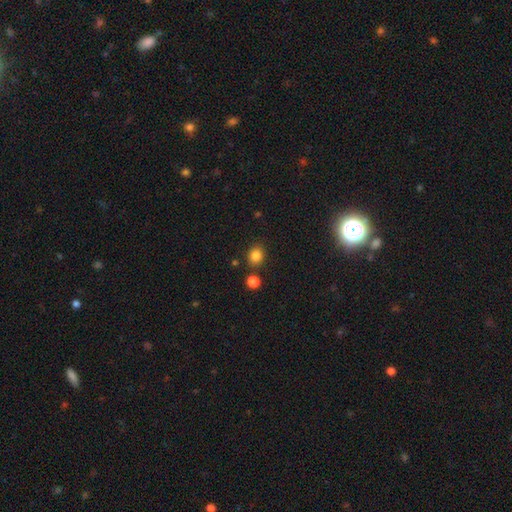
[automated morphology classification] The model was most divided on "how rounded": round: 69%, in between: 30%, cigar-shaped: 1%. More confident: smooth or featured — smooth (83%); merging — none (82%).